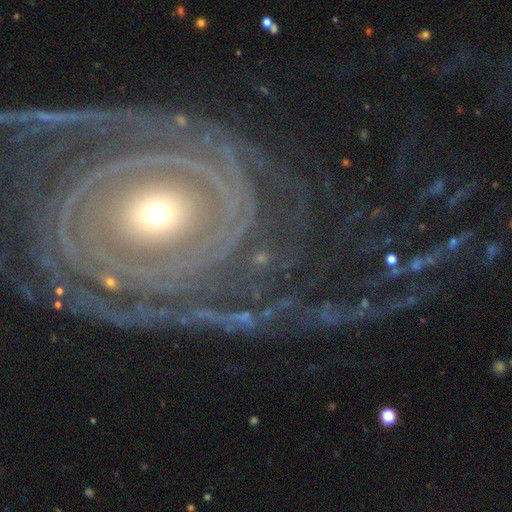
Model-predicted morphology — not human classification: Smooth or featured: featured or disk — 88% (star or artifact — 6%)
Edge-on disk: no — 96% (yes — 4%)
Bar: no — 77% (weak — 13%)
Spiral arms: yes — 94% (no — 6%)
Spiral winding: tight — 78% (medium — 15%)
Spiral arm count: 2 — 28% (can't tell — 24%)
Bulge size: moderate — 49% (small — 43%)
Merging: none — 67% (major disturbance — 17%)